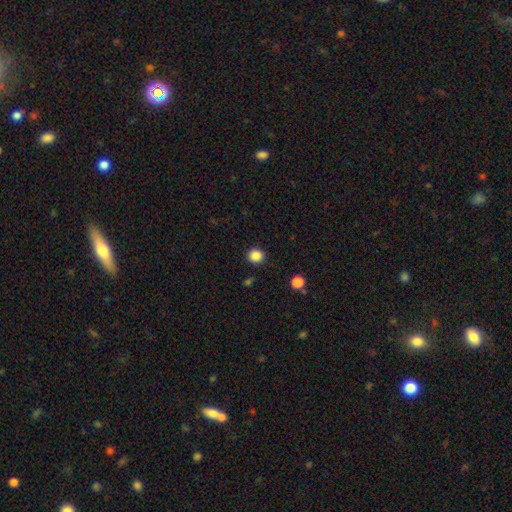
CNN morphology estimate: Smooth or featured? smooth (86%)
How rounded? round (92%)
Merging? none (91%)